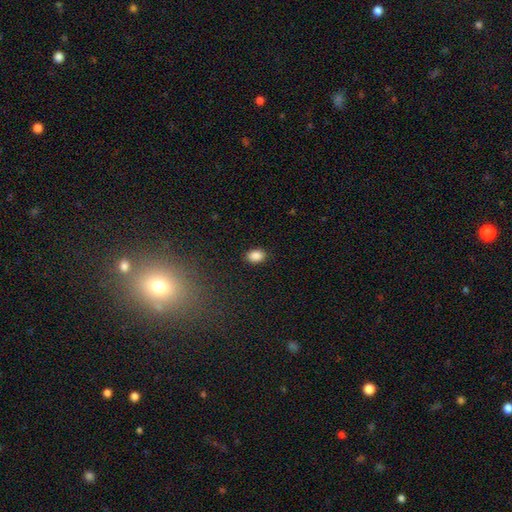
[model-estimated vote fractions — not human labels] Smooth or featured? smooth (88%)
How rounded? in between (75%)
Merging? none (88%)